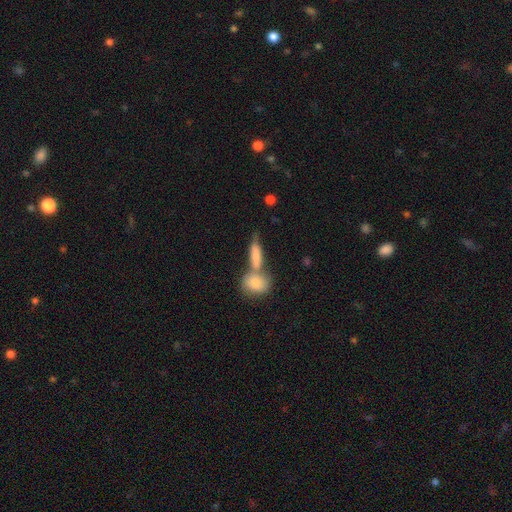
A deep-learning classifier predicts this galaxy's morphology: smooth_or_featured: smooth (p=0.78) [alt: featured or disk p=0.15]
how_rounded: in between (p=0.58) [alt: cigar-shaped p=0.33]
merging: merger (p=0.52) [alt: none p=0.32]